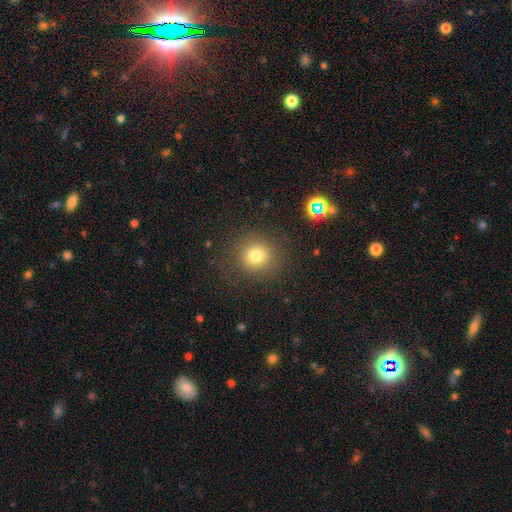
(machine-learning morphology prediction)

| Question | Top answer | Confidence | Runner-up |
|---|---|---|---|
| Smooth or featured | smooth | 77% | star or artifact (14%) |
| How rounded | round | 88% | in between (11%) |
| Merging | none | 84% | minor disturbance (9%) |